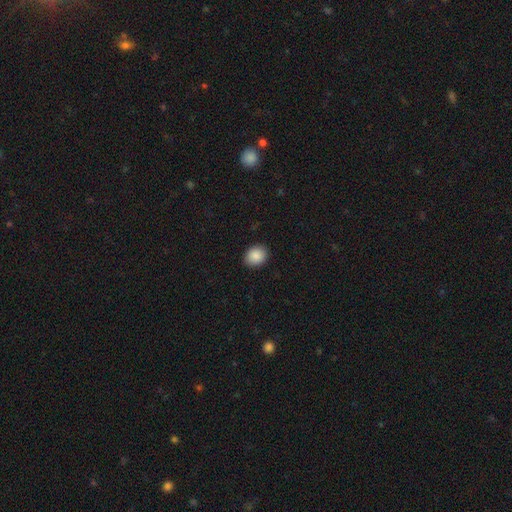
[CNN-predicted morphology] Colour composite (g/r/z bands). It shows a smooth galaxy with no disk features (89%) that is in between round and cigar-shaped (52%). Merging: none (89%).